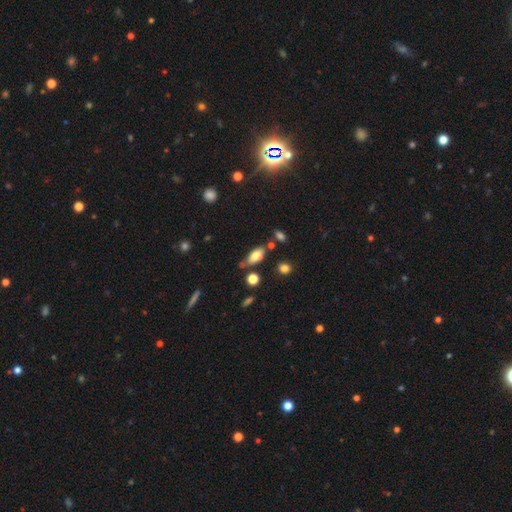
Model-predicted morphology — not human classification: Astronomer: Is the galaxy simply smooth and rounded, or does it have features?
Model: smooth — 74%.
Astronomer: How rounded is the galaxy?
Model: in between — 83%.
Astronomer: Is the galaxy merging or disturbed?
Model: none — 63%.